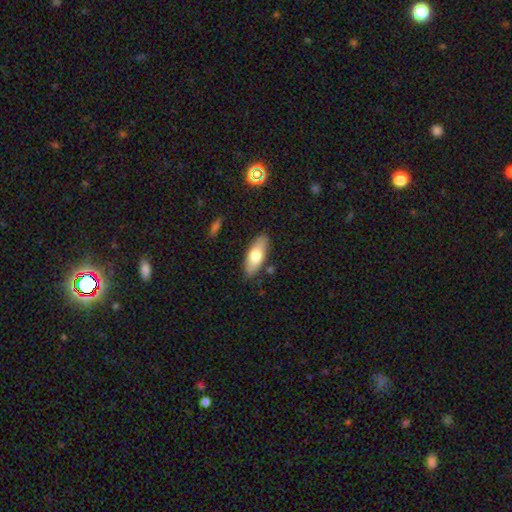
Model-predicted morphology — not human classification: Smooth or featured?
  - smooth: 70% *
  - featured or disk: 24%
  - star or artifact: 6%
How rounded?
  - in between: 72% *
  - cigar-shaped: 25%
  - round: 2%
Merging?
  - none: 85% *
  - minor disturbance: 11%
  - major disturbance: 2%
  - merger: 2%